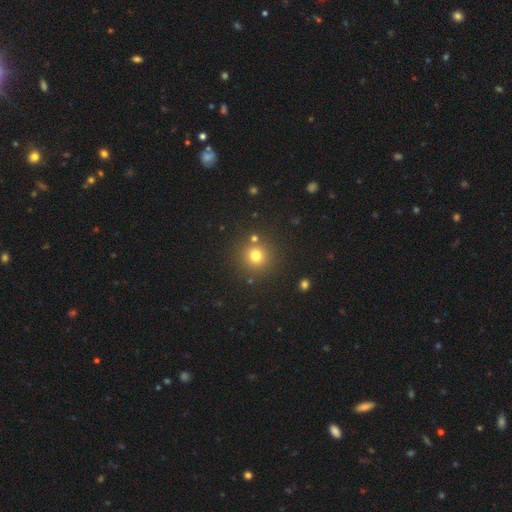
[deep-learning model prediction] Q: Smooth or featured?
A: smooth (75%); runner-up: star or artifact (17%)
Q: How rounded?
A: round (93%); runner-up: in between (6%)
Q: Merging?
A: none (84%); runner-up: minor disturbance (7%)